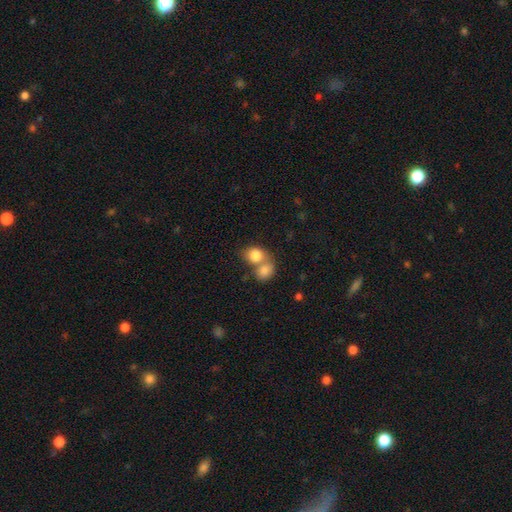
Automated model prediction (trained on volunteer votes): Smooth or featured? smooth (83%)
How rounded? round (54%)
Merging? merger (63%)